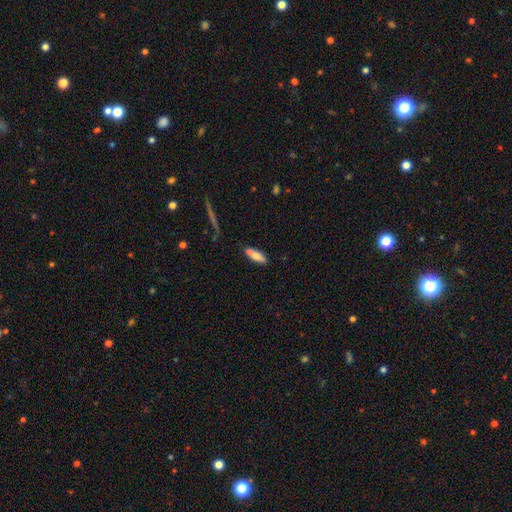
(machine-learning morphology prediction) Smooth or featured?
  - smooth: 73% *
  - featured or disk: 20%
  - star or artifact: 7%
How rounded?
  - in between: 60% *
  - cigar-shaped: 38%
  - round: 2%
Merging?
  - none: 66% *
  - minor disturbance: 16%
  - merger: 15%
  - major disturbance: 4%